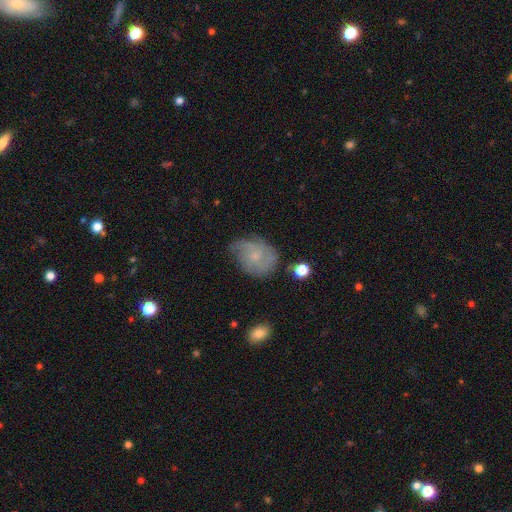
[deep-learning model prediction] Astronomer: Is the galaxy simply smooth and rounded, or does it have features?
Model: featured or disk — 56% (runner-up: smooth, 35%).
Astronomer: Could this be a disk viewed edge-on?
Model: no — 97%.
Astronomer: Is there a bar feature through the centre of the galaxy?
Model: no — 79%.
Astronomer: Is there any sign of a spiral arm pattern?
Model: yes — 78%.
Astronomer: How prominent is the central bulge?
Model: small — 73%.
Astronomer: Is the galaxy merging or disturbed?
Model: none — 54% (runner-up: minor disturbance, 31%).